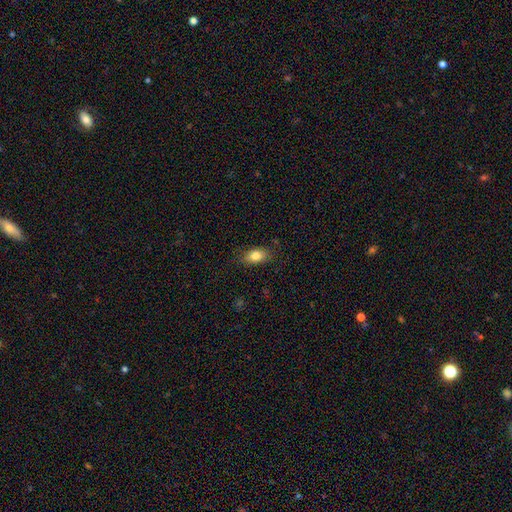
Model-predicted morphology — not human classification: smooth_or_featured: smooth (p=0.82) [alt: featured or disk p=0.10]
how_rounded: in between (p=0.87) [alt: round p=0.08]
merging: none (p=0.82) [alt: minor disturbance p=0.14]